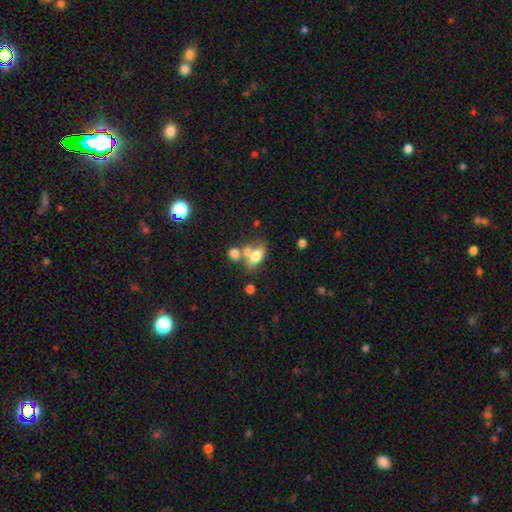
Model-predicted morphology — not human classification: Smooth or featured?
  - smooth: 66% *
  - featured or disk: 24%
  - star or artifact: 10%
How rounded?
  - in between: 78% *
  - round: 13%
  - cigar-shaped: 9%
Merging?
  - none: 40% * (tied)
  - merger: 40% * (tied)
  - minor disturbance: 13%
  - major disturbance: 7%